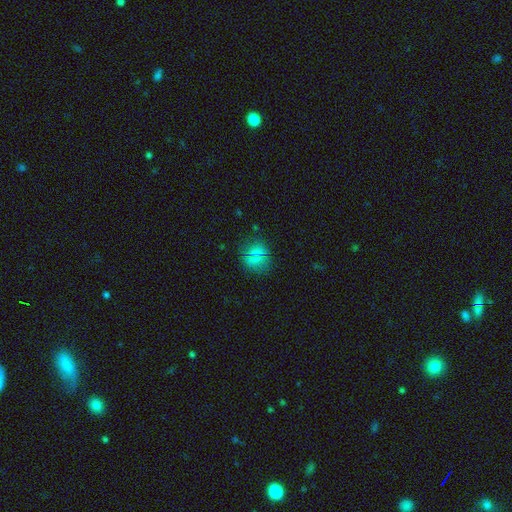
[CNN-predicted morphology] This is likely a smooth galaxy (66%). How rounded: clearly round (84%). Merging: clearly none (84%).